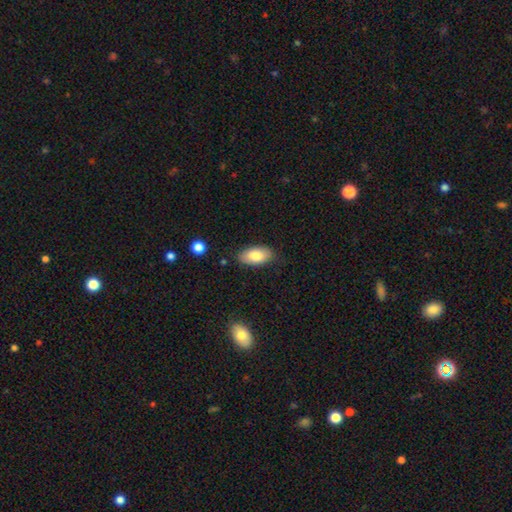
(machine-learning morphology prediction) A smooth galaxy with no disk features (79%) that is in between round and cigar-shaped (93%).

Vote fractions:
- Smooth or featured? smooth: 79% / featured or disk: 14% / star or artifact: 7%
- How rounded? in between: 93% / cigar-shaped: 4% / round: 4%
- Merging? none: 84% / minor disturbance: 12% / major disturbance: 2% / merger: 2%